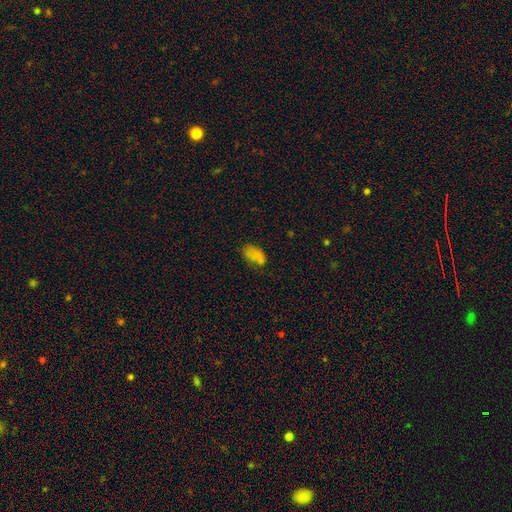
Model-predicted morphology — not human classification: Smooth or featured? smooth (74%)
How rounded? in between (91%)
Merging? none (52%)